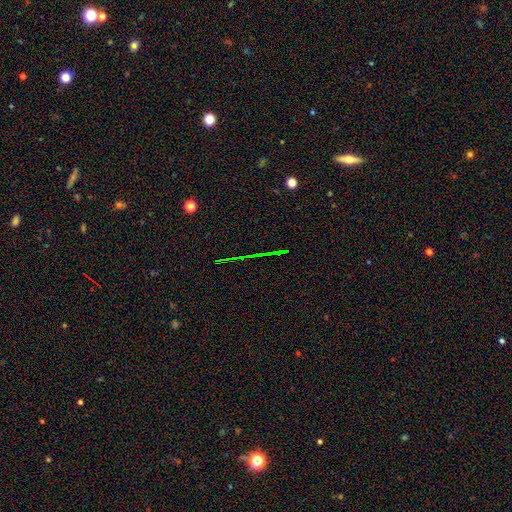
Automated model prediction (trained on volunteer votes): Q: Smooth or featured?
A: star or artifact (76%); runner-up: featured or disk (15%)